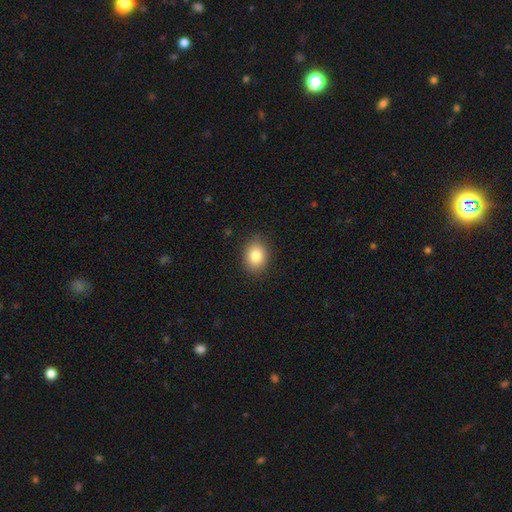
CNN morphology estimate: Smooth or featured? smooth (84%)
How rounded? in between (59%)
Merging? none (87%)